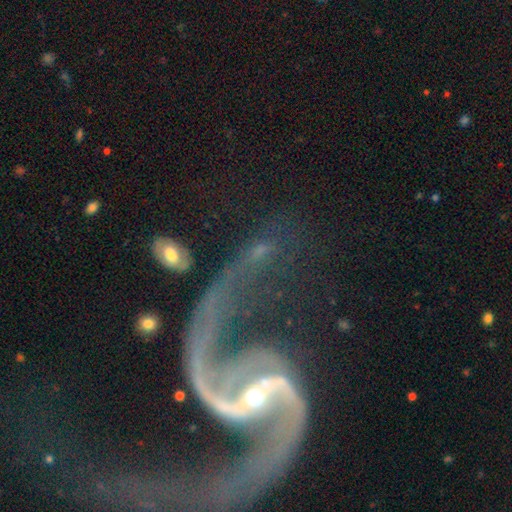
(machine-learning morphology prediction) Smooth or featured? featured or disk (88%)
Edge-on disk? no (97%)
Bar? strong (39%)
Spiral arms? yes (94%)
Spiral winding? loose (66%)
Spiral arm count? 2 (86%)
Bulge size? small (69%)
Merging? none (40%)